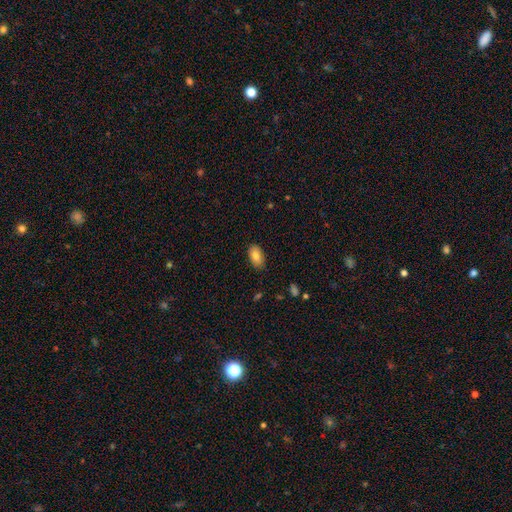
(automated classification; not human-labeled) Smooth or featured: smooth — 84% (featured or disk — 8%)
How rounded: in between — 93% (round — 4%)
Merging: none — 86% (minor disturbance — 11%)